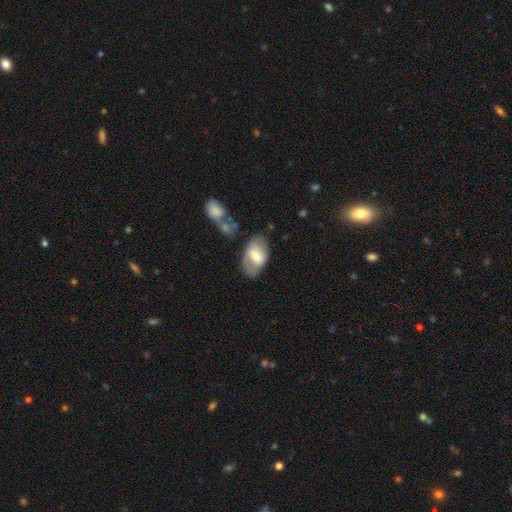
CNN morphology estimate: The model was most divided on "smooth or featured": smooth: 55%, featured or disk: 39%, star or artifact: 6%. More confident: how rounded — in between (91%); merging — none (63%).